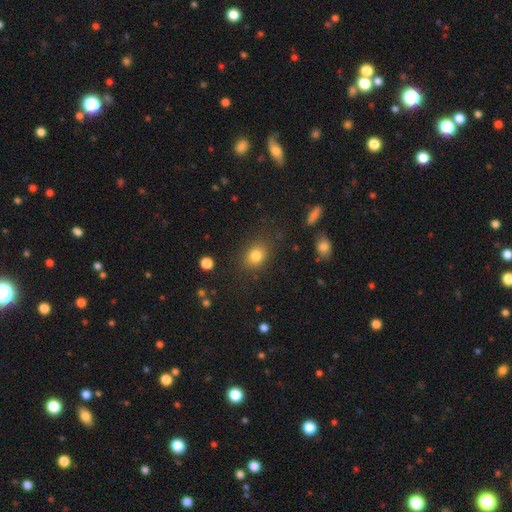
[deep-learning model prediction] Smooth or featured: smooth — 81% (star or artifact — 12%)
How rounded: in between — 53% (round — 46%)
Merging: none — 81% (minor disturbance — 12%)